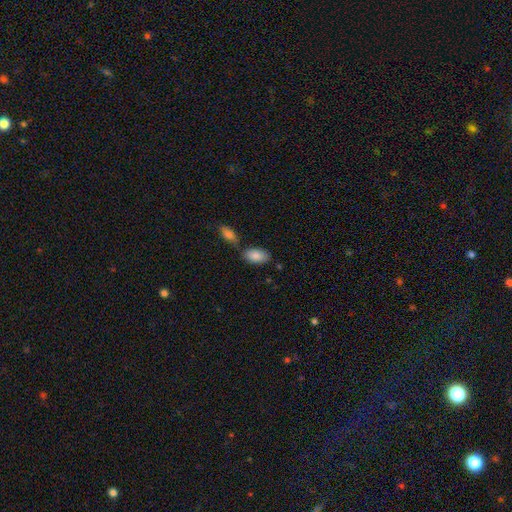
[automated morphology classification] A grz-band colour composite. It shows a smooth galaxy with no disk features (86%) that is in between round and cigar-shaped (94%). Merging: none (63%).